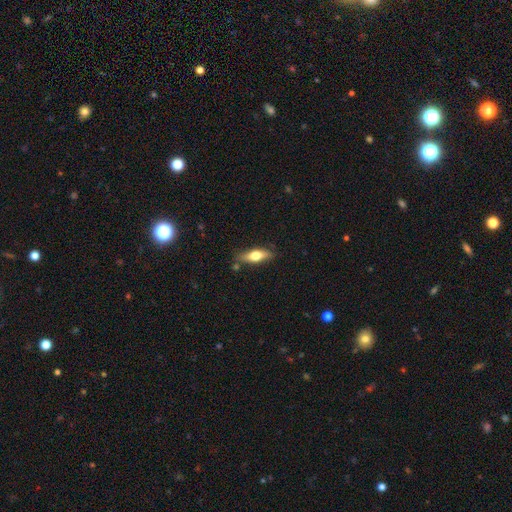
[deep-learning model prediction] Smooth or featured: smooth — 55% (featured or disk — 38%)
How rounded: in between — 51% (cigar-shaped — 46%)
Merging: none — 79% (minor disturbance — 15%)